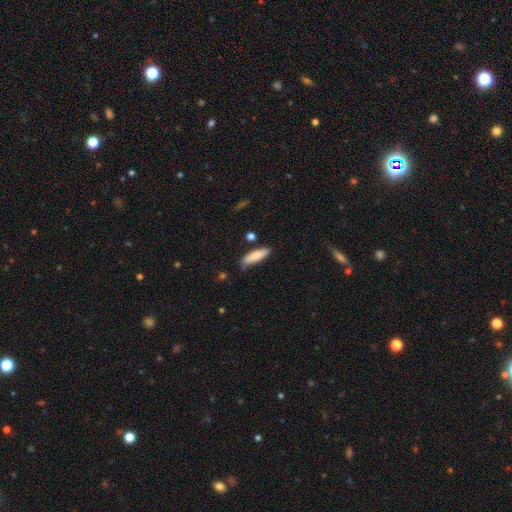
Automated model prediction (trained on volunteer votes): smooth-or-featured: smooth: 81% | featured or disk: 13% | star or artifact: 6%
  how-rounded: cigar-shaped: 60% | in between: 38% | round: 2%
  merging: none: 78% | minor disturbance: 16% | merger: 4% | major disturbance: 3%